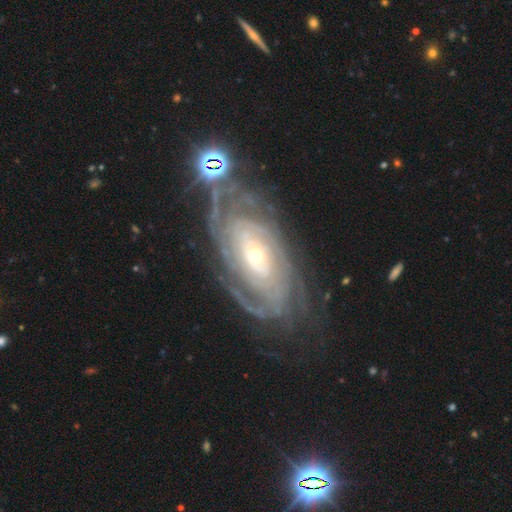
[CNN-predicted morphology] The model was most divided on "spiral arm count": can't tell: 40%, 4: 15%, 2: 13%, more than 4: 13%, 3: 13%, 1: 6%. More confident: spiral arms — yes (95%); edge-on disk — no (94%); smooth or featured — featured or disk (88%); spiral winding — tight (78%); bulge size — small (67%); bar — no (67%); merging — none (66%).